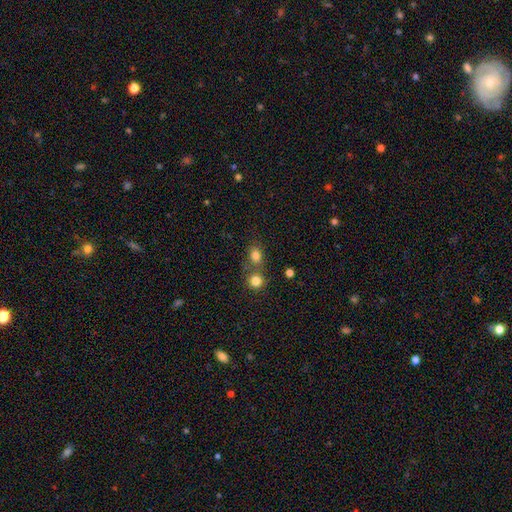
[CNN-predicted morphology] This is likely a smooth galaxy (80%). How rounded: possibly in between (50%). Merging: possibly none (54%).